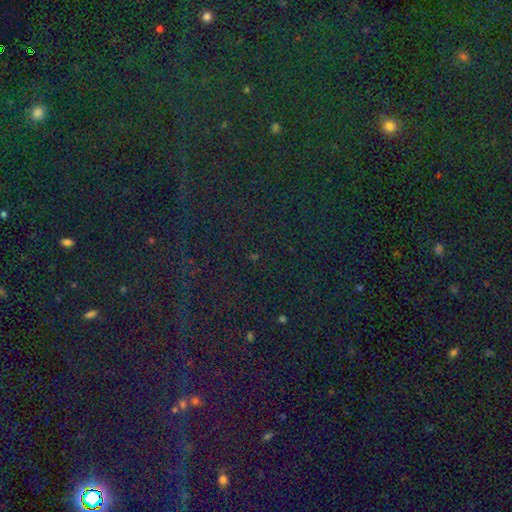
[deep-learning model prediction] star or artifact 83%, smooth 11%, featured or disk 7%.